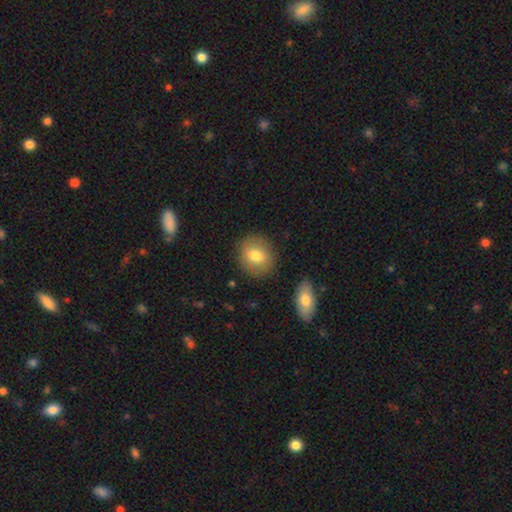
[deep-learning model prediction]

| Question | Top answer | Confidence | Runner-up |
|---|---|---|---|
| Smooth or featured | smooth | 76% | featured or disk (16%) |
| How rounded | round | 72% | in between (27%) |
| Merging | none | 85% | minor disturbance (10%) |